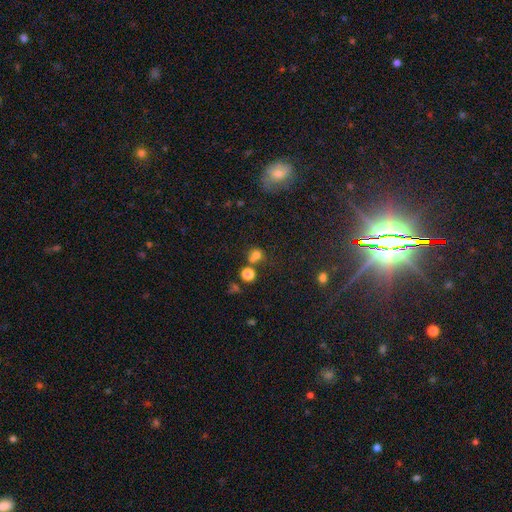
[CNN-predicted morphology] The model was most divided on "merging": none: 54%, merger: 31%, minor disturbance: 10%, major disturbance: 5%. More confident: how rounded — round (83%); smooth or featured — smooth (72%).